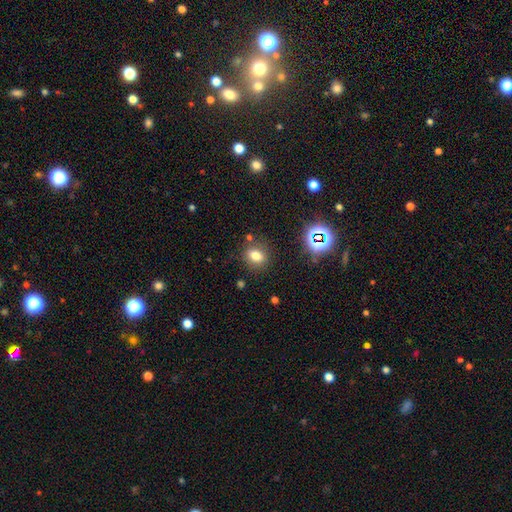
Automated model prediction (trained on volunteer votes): smooth_or_featured: smooth (p=0.74) [alt: star or artifact p=0.16]
how_rounded: round (p=0.54) [alt: in between p=0.44]
merging: none (p=0.81) [alt: minor disturbance p=0.11]